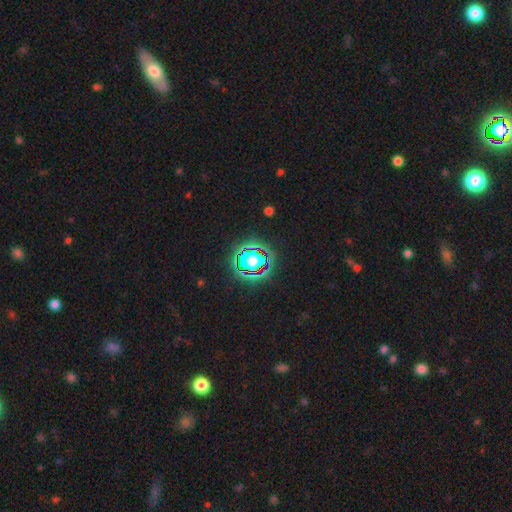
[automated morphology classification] This appears to be a star or artifact, not a galaxy (66%).